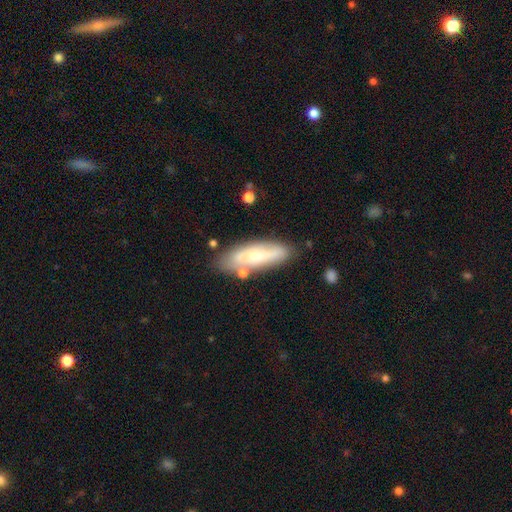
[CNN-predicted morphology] Smooth or featured? Predicted: smooth (p=0.49). Merging? Predicted: none (p=0.74).